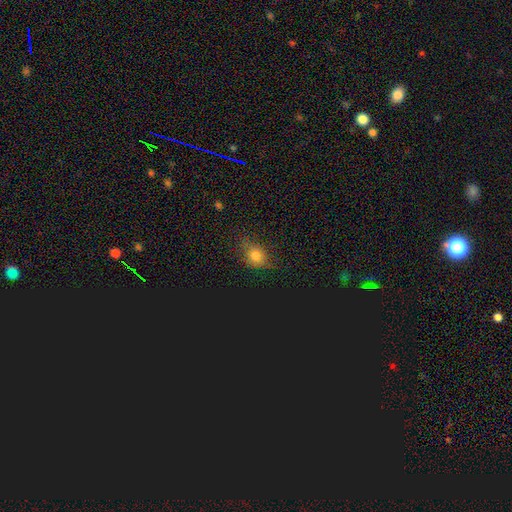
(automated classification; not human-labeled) This is likely a smooth galaxy (70%). How rounded: possibly round (53%). Merging: likely none (67%).